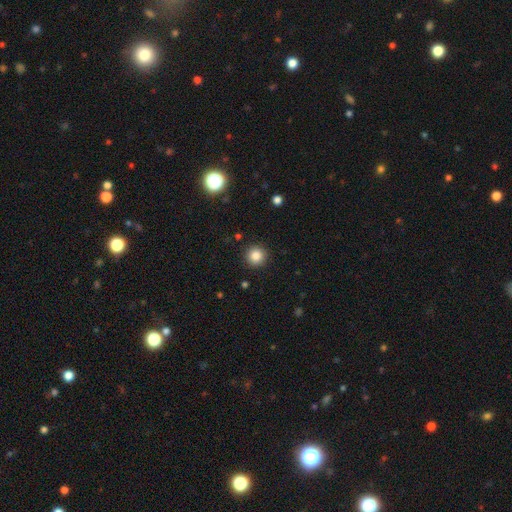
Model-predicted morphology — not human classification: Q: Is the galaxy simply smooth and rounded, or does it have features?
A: smooth — 85%.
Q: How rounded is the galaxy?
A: round — 95%.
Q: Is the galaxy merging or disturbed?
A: none — 91%.